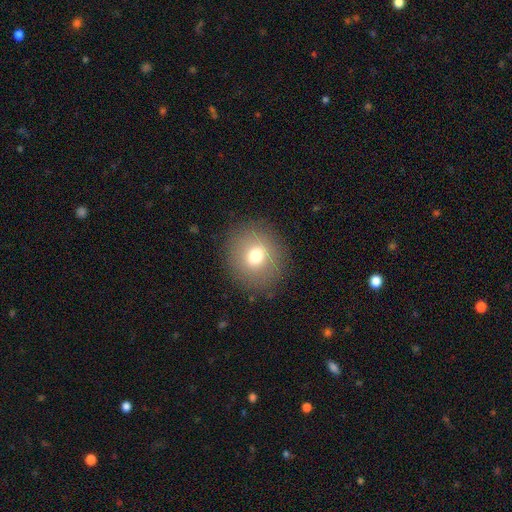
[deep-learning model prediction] Smooth or featured: smooth — 73% (featured or disk — 15%)
How rounded: round — 85% (in between — 14%)
Merging: none — 86% (minor disturbance — 8%)